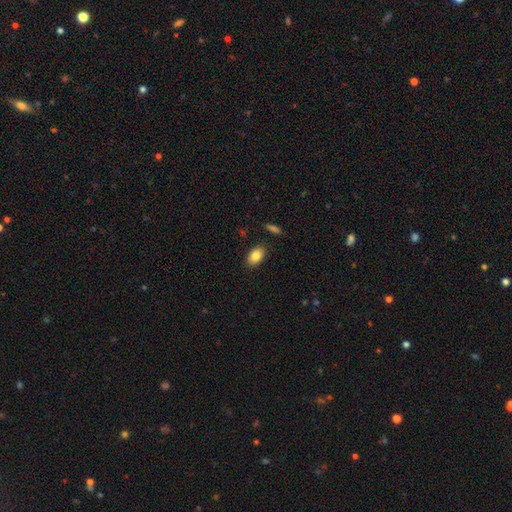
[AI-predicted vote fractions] Smooth or featured: smooth — 85% (featured or disk — 8%)
How rounded: in between — 89% (round — 10%)
Merging: none — 87% (minor disturbance — 9%)